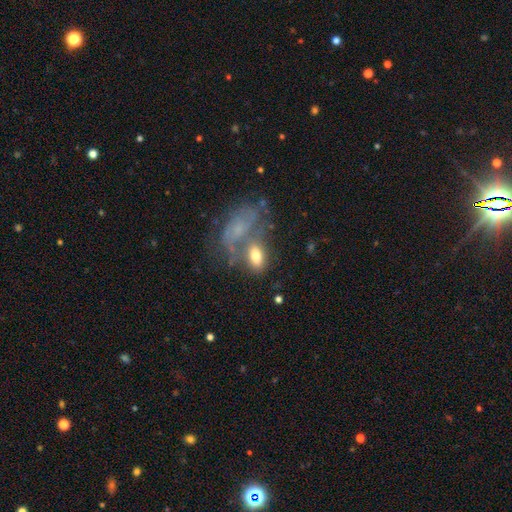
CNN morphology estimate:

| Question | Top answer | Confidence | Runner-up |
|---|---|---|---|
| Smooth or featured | smooth | 68% | featured or disk (24%) |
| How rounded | in between | 87% | round (8%) |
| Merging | none | 43% | merger (30%) |